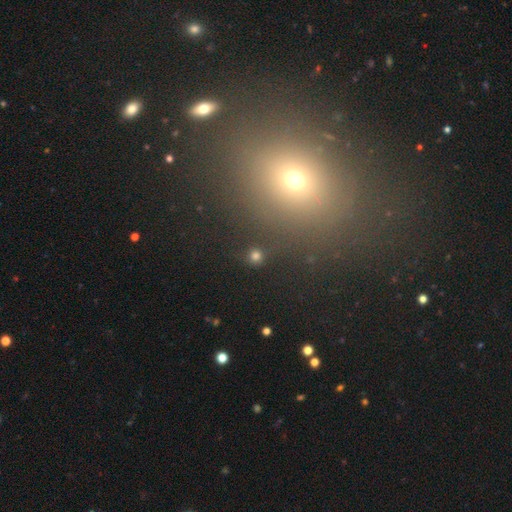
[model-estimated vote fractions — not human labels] The model was most divided on "smooth or featured": smooth: 75%, star or artifact: 20%, featured or disk: 5%. More confident: how rounded — round (93%); merging — none (85%).